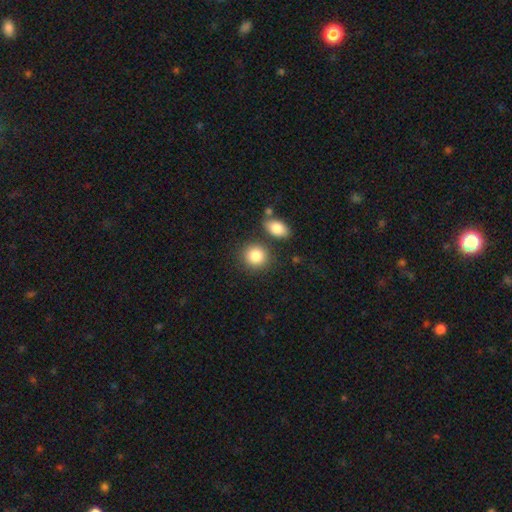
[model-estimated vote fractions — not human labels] The model was most divided on "how rounded": round: 80%, in between: 19%, cigar-shaped: 1%. More confident: smooth or featured — smooth (86%); merging — none (76%).